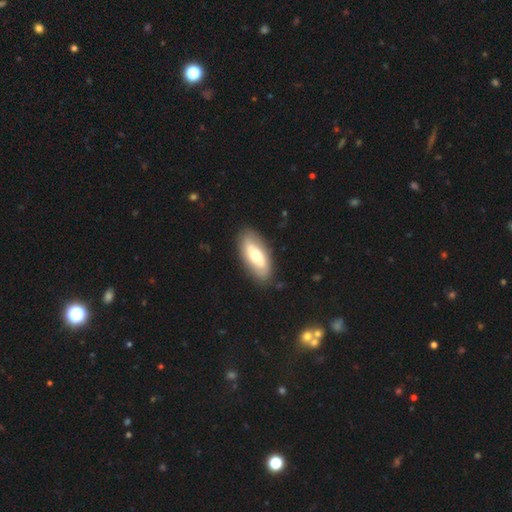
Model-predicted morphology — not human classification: This is possibly a smooth galaxy (48%). Merging: clearly none (84%).